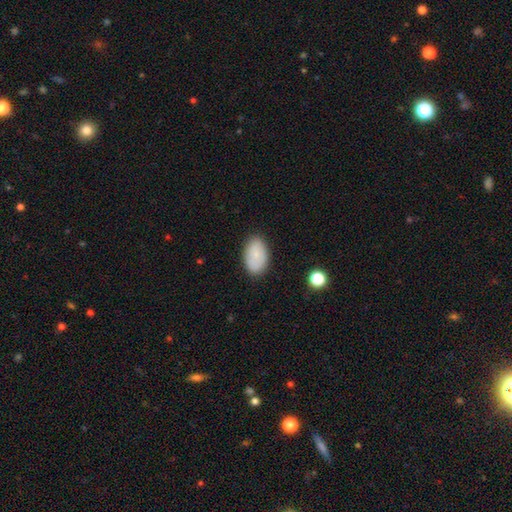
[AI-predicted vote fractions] smooth 81%, featured or disk 11%, star or artifact 8%. Down the decision tree: how rounded — in between (92%); merging — none (85%).